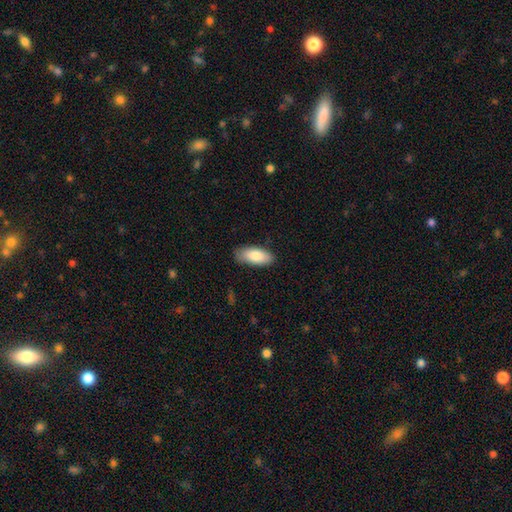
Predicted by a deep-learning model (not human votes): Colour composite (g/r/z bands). It shows a smooth galaxy with no disk features (84%) that is in between round and cigar-shaped (85%). Merging: none (82%).